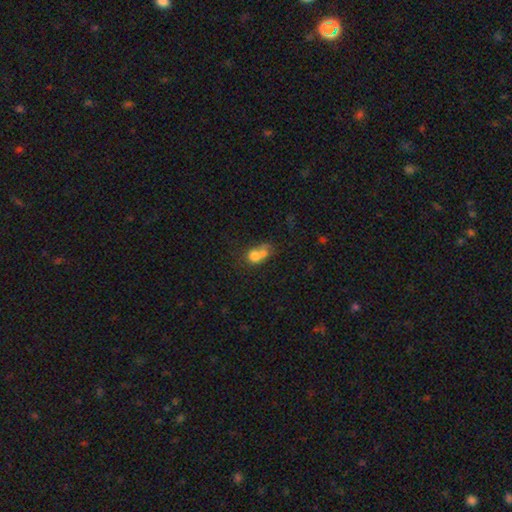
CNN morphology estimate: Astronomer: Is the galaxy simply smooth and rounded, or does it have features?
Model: smooth — 70%.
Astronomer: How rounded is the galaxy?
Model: round — 56% (runner-up: in between, 42%).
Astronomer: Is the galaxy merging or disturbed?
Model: merger — 58%.